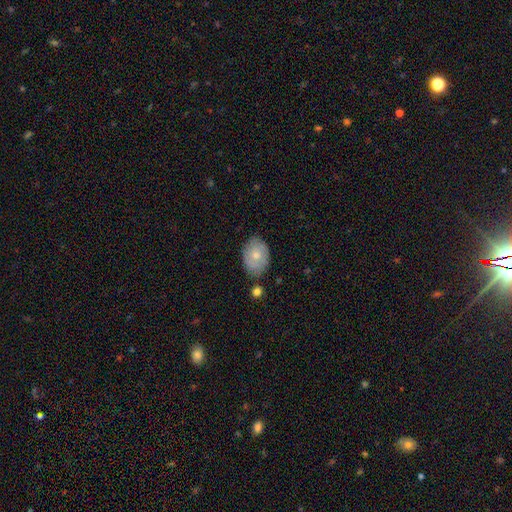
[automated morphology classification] The model was most divided on "smooth or featured": smooth: 66%, featured or disk: 27%, star or artifact: 7%. More confident: how rounded — in between (78%); merging — none (72%).